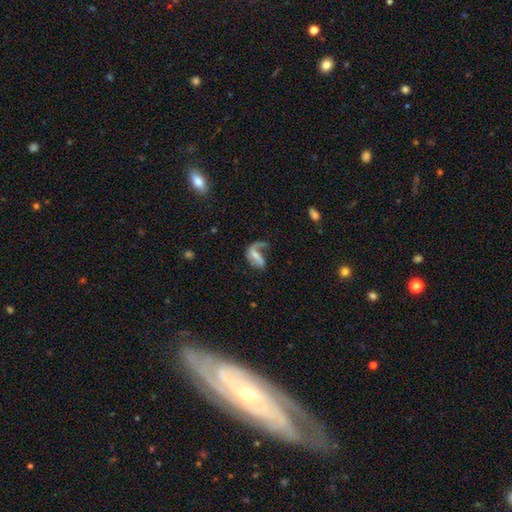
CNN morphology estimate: Q: Smooth or featured?
A: featured or disk (65%); runner-up: smooth (27%)
Q: Edge-on disk?
A: no (95%); runner-up: yes (5%)
Q: Bar?
A: strong (37%); runner-up: weak (35%)
Q: Spiral arms?
A: yes (75%); runner-up: no (25%)
Q: Bulge size?
A: small (49%); runner-up: none (25%)
Q: Merging?
A: major disturbance (46%); runner-up: none (30%)